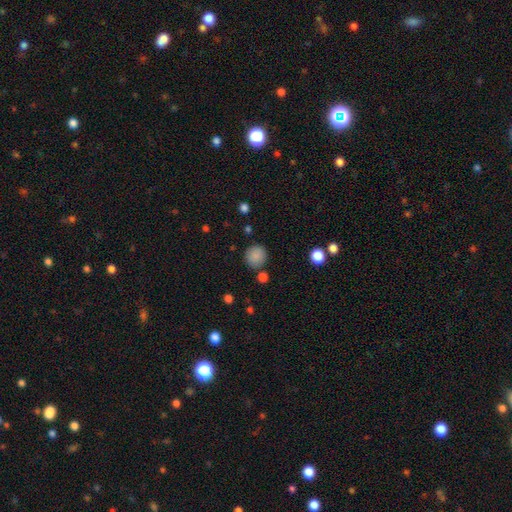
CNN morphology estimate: Smooth or featured? Predicted: smooth (p=0.86). How rounded? Predicted: round (p=0.92). Merging? Predicted: none (p=0.84).